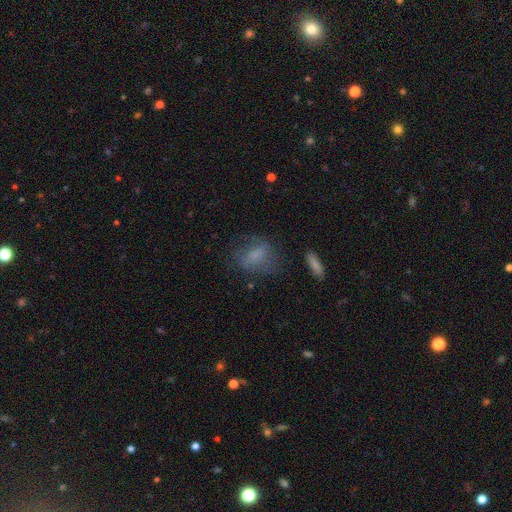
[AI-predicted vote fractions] Q: Smooth or featured?
A: smooth (62%); runner-up: featured or disk (26%)
Q: How rounded?
A: in between (71%); runner-up: round (24%)
Q: Merging?
A: none (57%); runner-up: minor disturbance (22%)